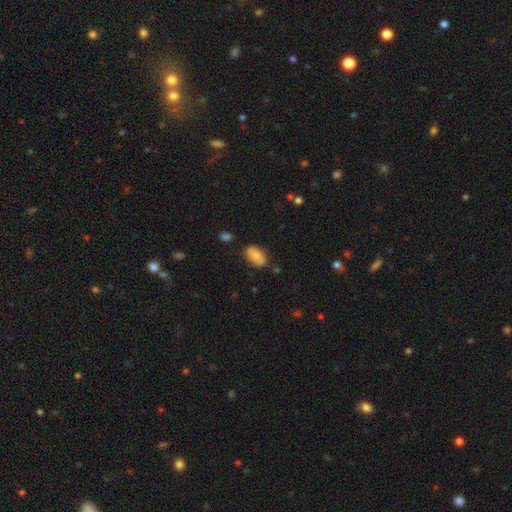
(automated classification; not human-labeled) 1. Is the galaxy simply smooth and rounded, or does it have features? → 78% smooth, 15% featured or disk, 8% star or artifact.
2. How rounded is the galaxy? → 92% in between, 4% round, 4% cigar-shaped.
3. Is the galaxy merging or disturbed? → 67% none, 23% minor disturbance, 5% major disturbance, 4% merger.